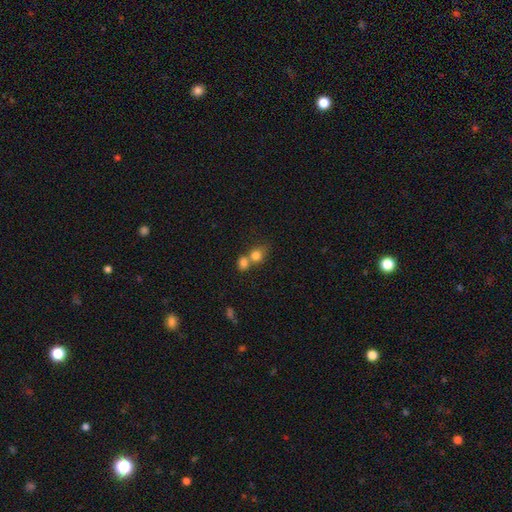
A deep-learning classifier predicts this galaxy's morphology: Smooth or featured?
  - smooth: 78% *
  - star or artifact: 11%
  - featured or disk: 11%
How rounded?
  - round: 73% *
  - in between: 25%
  - cigar-shaped: 1%
Merging?
  - merger: 57% *
  - none: 33%
  - minor disturbance: 7%
  - major disturbance: 3%